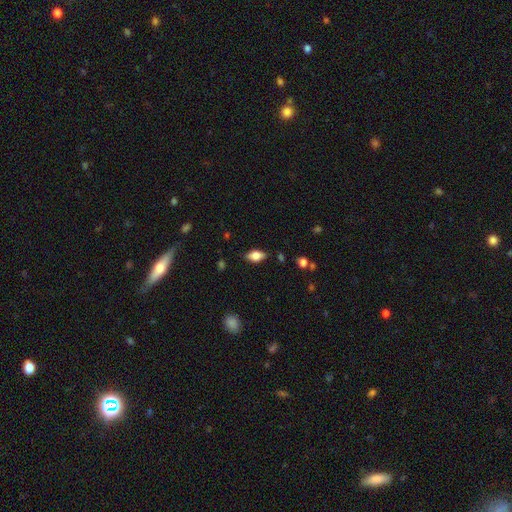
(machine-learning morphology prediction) Smooth or featured? smooth (69%)
How rounded? in between (87%)
Merging? none (83%)